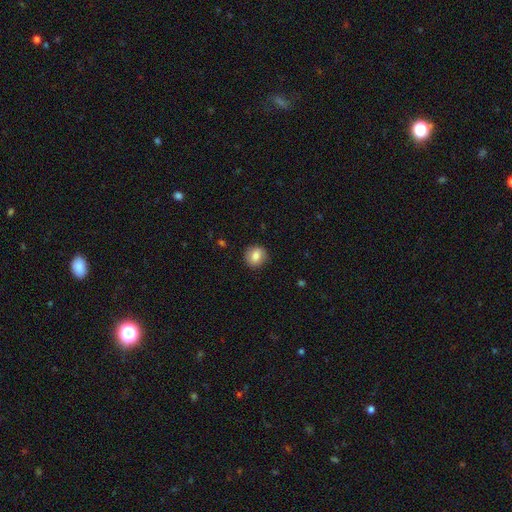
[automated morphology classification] This is clearly a smooth galaxy (81%). How rounded: clearly round (82%). Merging: clearly none (88%).